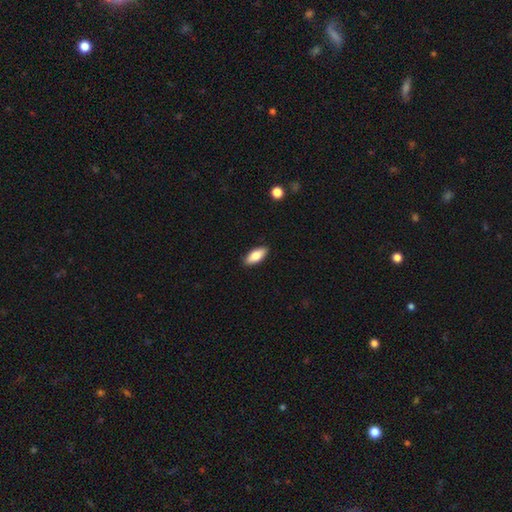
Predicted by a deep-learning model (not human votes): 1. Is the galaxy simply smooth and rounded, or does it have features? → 80% smooth, 14% featured or disk, 6% star or artifact.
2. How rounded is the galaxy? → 85% in between, 13% cigar-shaped, 2% round.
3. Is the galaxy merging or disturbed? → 89% none, 8% minor disturbance, 2% major disturbance, 1% merger.